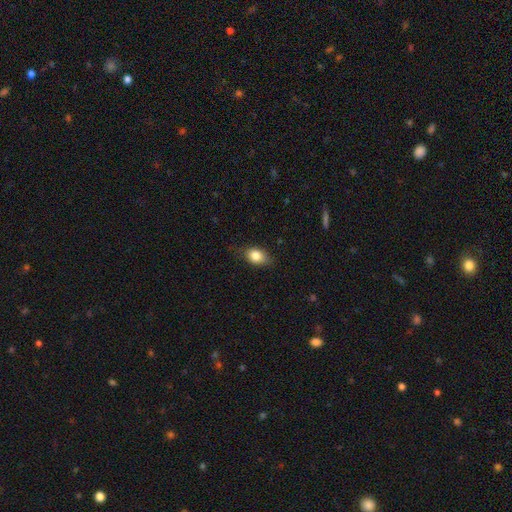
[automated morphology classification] The model was most divided on "how rounded": in between: 75%, round: 23%, cigar-shaped: 2%. More confident: smooth or featured — smooth (83%); merging — none (76%).